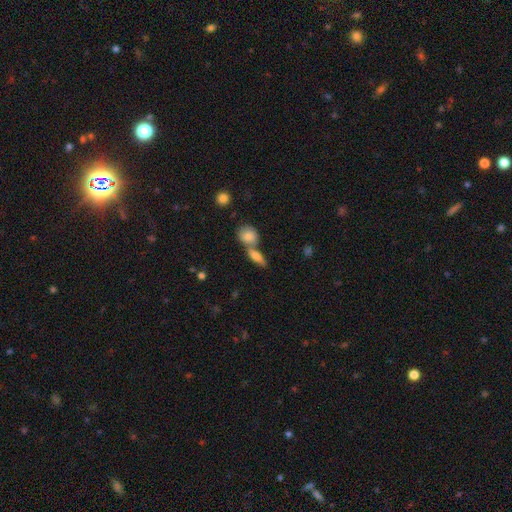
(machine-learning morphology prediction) Smooth or featured: smooth — 73% (featured or disk — 18%)
How rounded: in between — 62% (cigar-shaped — 29%)
Merging: none — 45% (merger — 42%)